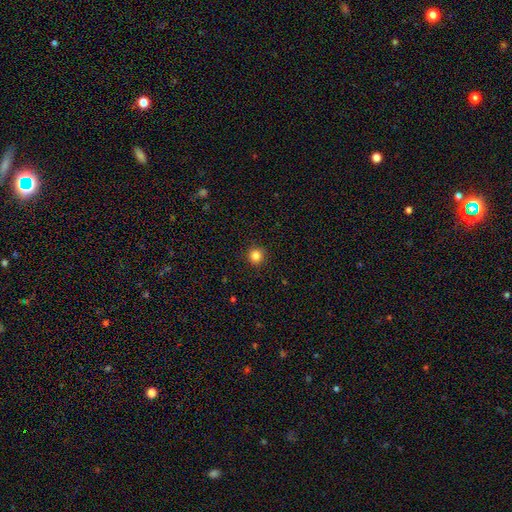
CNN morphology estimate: Smooth or featured: smooth — 84% (star or artifact — 12%)
How rounded: round — 94% (in between — 5%)
Merging: none — 93% (minor disturbance — 5%)